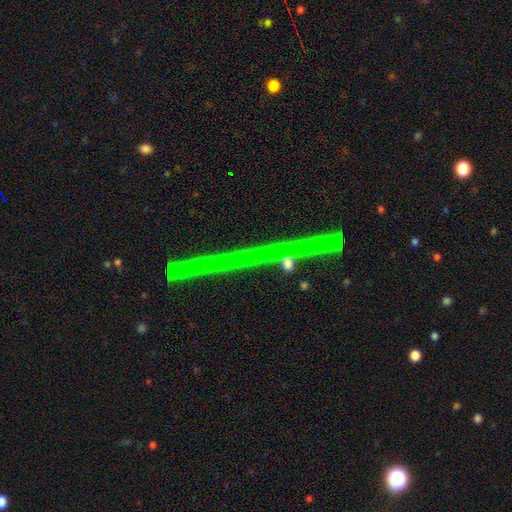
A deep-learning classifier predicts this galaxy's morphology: star or artifact 73%, featured or disk 19%, smooth 8%.